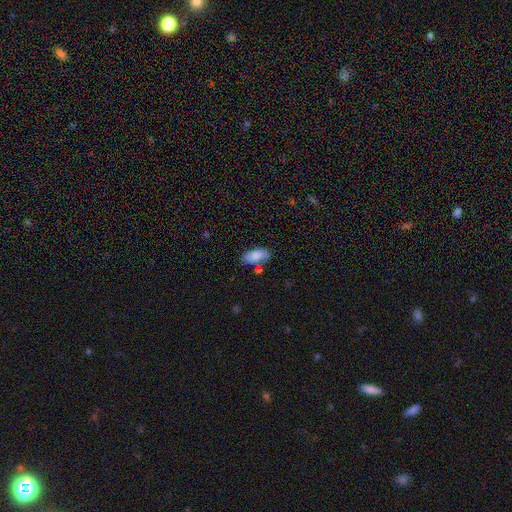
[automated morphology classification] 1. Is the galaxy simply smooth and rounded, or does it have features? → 85% smooth, 8% featured or disk, 7% star or artifact.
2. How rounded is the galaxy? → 90% in between, 7% cigar-shaped, 2% round.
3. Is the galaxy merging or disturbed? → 71% none, 16% minor disturbance, 9% merger, 4% major disturbance.